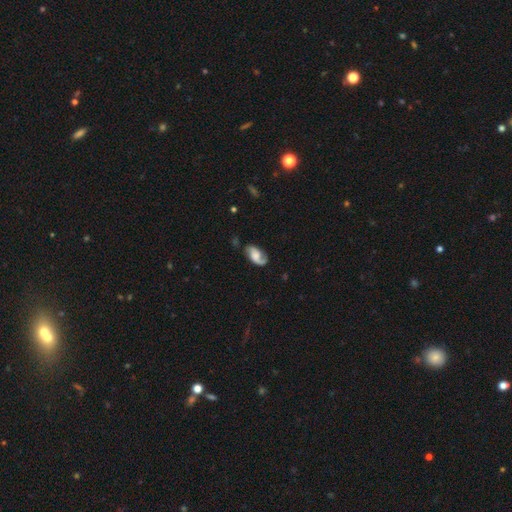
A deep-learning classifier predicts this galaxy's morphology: smooth_or_featured: featured or disk (p=0.67) [alt: smooth p=0.26]
disk_edge_on: no (p=0.96) [alt: yes p=0.04]
bar: no (p=0.56) [alt: weak p=0.35]
has_spiral_arms: yes (p=0.93) [alt: no p=0.07]
spiral_winding: medium (p=0.40) [tied with: loose p=0.40]
spiral_arm_count: 2 (p=0.70) [alt: 1 p=0.23]
bulge_size: moderate (p=0.28) [alt: large p=0.27]
merging: none (p=0.63) [alt: minor disturbance p=0.23]